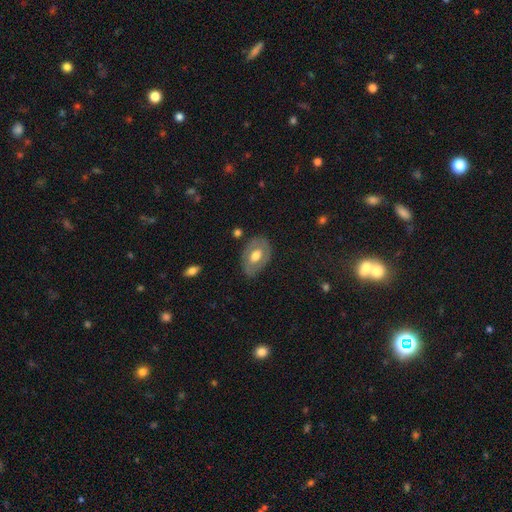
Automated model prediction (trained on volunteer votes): This is possibly a featured or disk galaxy (48%). Merging: likely none (75%).